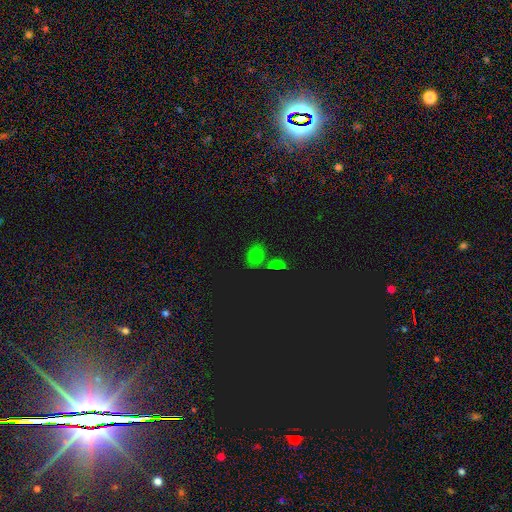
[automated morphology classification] Smooth or featured? Predicted: smooth (p=0.57). How rounded? Predicted: in between (p=0.66). Merging? Predicted: none (p=0.65).